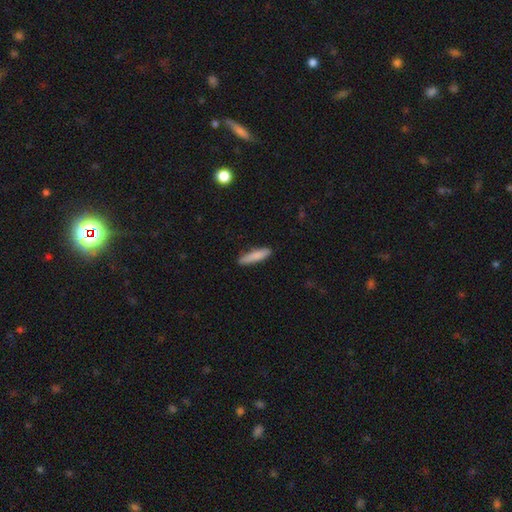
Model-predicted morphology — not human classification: smooth-or-featured: smooth: 83% | featured or disk: 11% | star or artifact: 6%
  how-rounded: cigar-shaped: 82% | in between: 16% | round: 1%
  merging: none: 85% | minor disturbance: 11% | major disturbance: 2% | merger: 1%